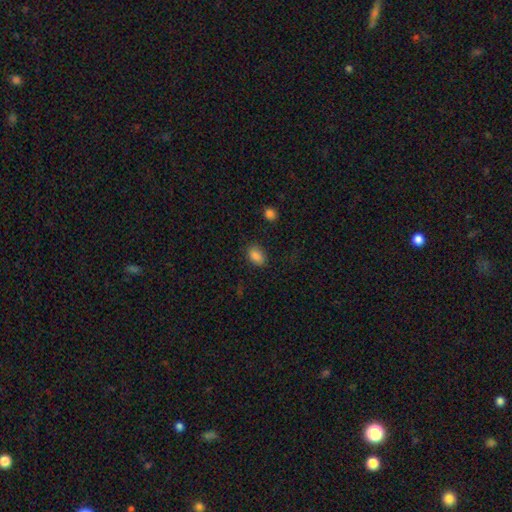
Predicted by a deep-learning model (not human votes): Smooth or featured? smooth (86%)
How rounded? in between (79%)
Merging? none (81%)